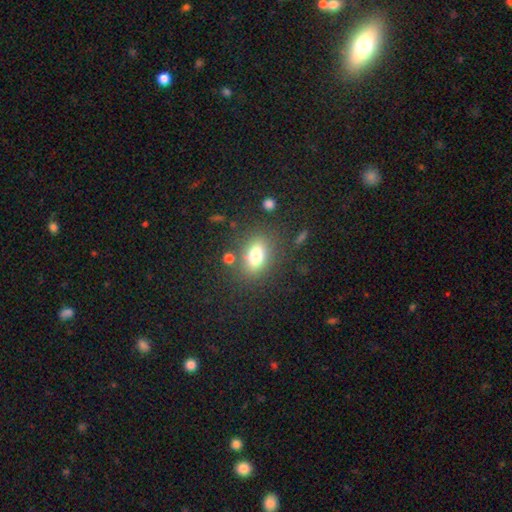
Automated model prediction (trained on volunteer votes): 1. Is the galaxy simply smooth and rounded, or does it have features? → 76% smooth, 13% featured or disk, 11% star or artifact.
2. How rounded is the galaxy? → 76% in between, 21% round, 3% cigar-shaped.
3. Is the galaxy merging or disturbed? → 76% none, 12% minor disturbance, 6% merger, 6% major disturbance.